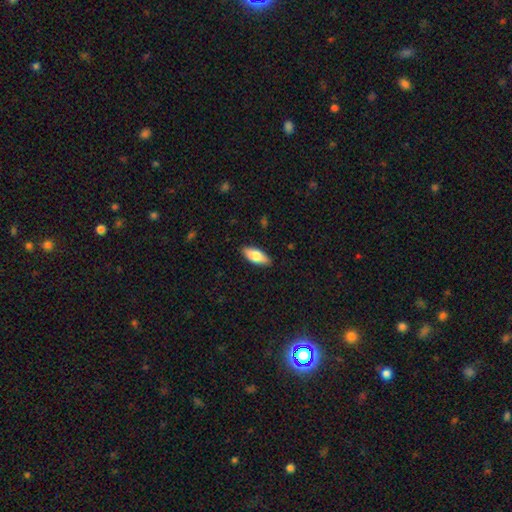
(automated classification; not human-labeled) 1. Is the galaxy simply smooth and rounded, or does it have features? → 80% smooth, 14% featured or disk, 6% star or artifact.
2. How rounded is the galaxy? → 83% in between, 15% cigar-shaped, 2% round.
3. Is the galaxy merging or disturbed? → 87% none, 10% minor disturbance, 2% major disturbance, 1% merger.